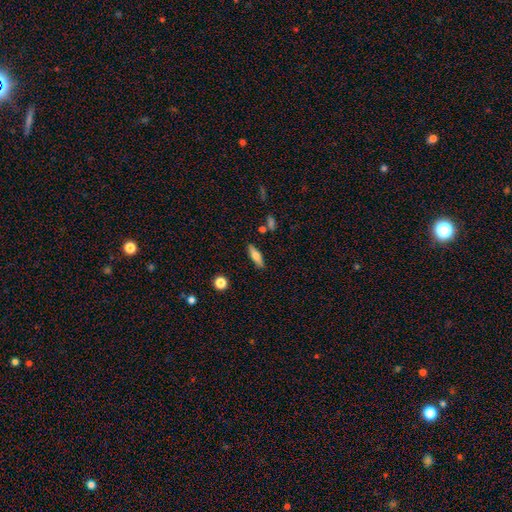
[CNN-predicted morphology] Overall: smooth (60%; featured or disk 32%). How rounded: cigar-shaped (52%; in between 46%). Merging: none (85%).